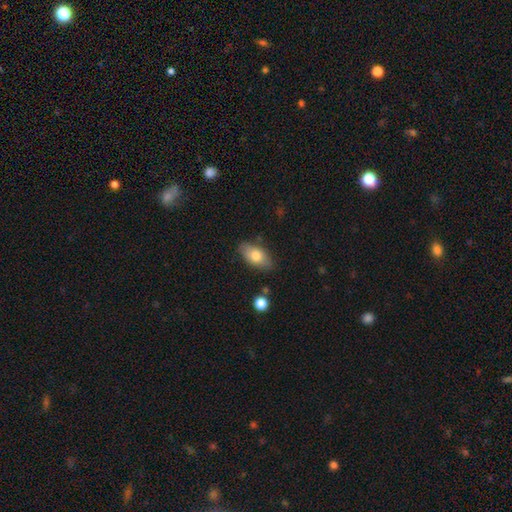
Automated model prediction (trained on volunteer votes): Smooth or featured? smooth (75%)
How rounded? in between (90%)
Merging? none (81%)